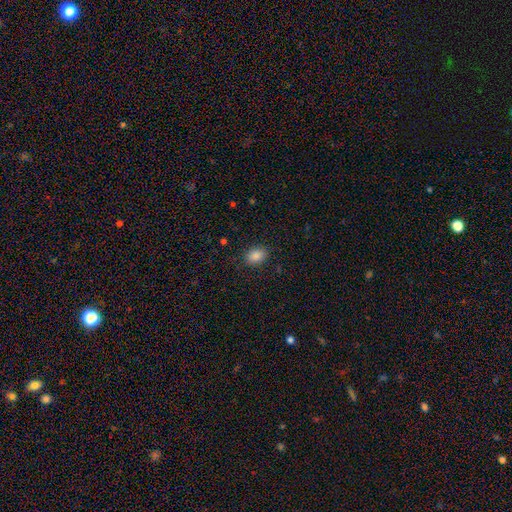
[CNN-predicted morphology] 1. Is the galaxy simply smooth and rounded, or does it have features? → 87% smooth, 9% star or artifact, 4% featured or disk.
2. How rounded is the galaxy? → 74% in between, 25% round, 1% cigar-shaped.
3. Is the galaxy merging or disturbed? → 88% none, 9% minor disturbance, 3% major disturbance, 1% merger.